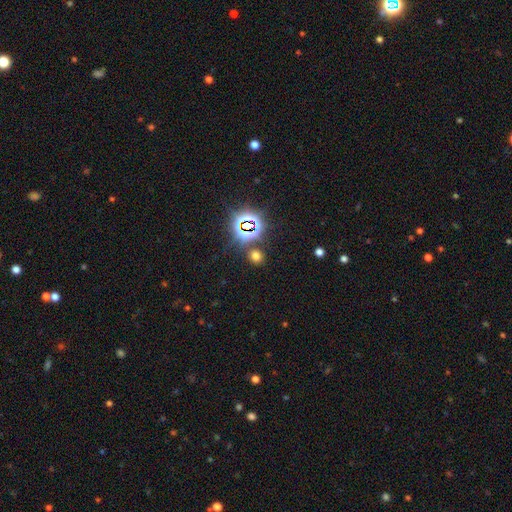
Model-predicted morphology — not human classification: smooth 60%, star or artifact 34%, featured or disk 6%. Down the decision tree: how rounded — round (77%); merging — none (82%).